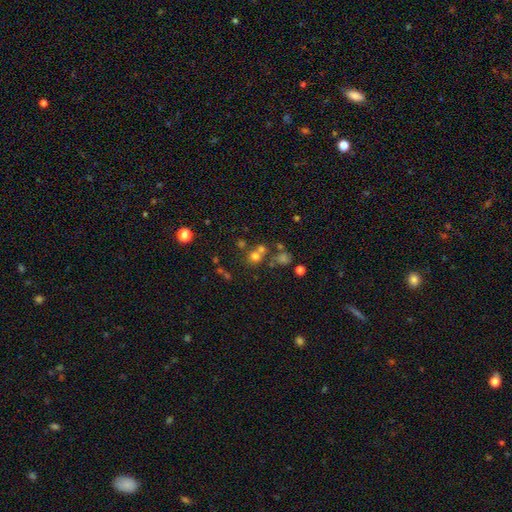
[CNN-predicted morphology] A smooth galaxy with no disk features (61%) that is round (84%).

Vote fractions:
- Smooth or featured? smooth: 61% / star or artifact: 25% / featured or disk: 15%
- How rounded? round: 84% / in between: 15% / cigar-shaped: 1%
- Merging? none: 52% / merger: 34% / minor disturbance: 9% / major disturbance: 5%